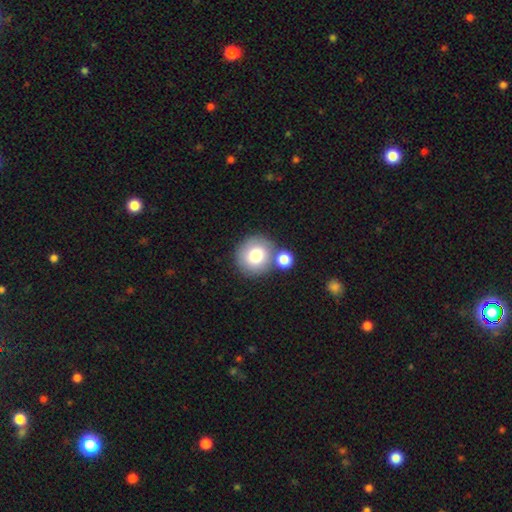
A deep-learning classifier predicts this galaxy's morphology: Smooth or featured? smooth (79%)
How rounded? round (88%)
Merging? none (64%)